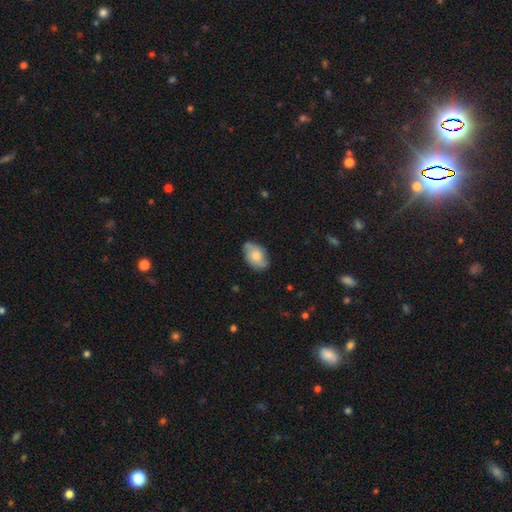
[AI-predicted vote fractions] Smooth or featured?
  - smooth: 60% *
  - featured or disk: 32%
  - star or artifact: 7%
How rounded?
  - in between: 88% *
  - round: 11%
  - cigar-shaped: 1%
Merging?
  - none: 70% *
  - minor disturbance: 24%
  - major disturbance: 4%
  - merger: 2%